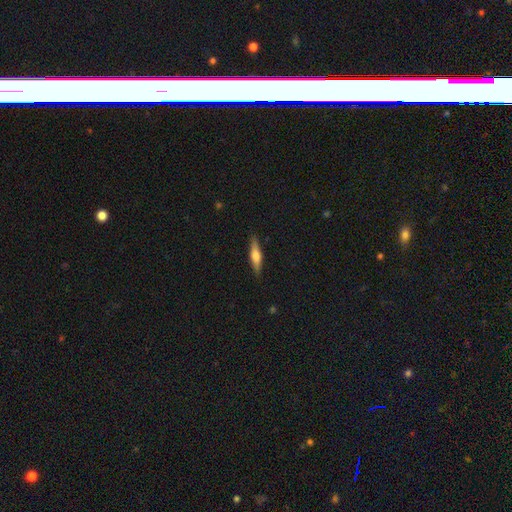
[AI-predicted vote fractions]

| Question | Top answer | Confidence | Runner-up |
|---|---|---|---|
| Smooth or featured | featured or disk | 50% | smooth (44%) |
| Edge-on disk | yes | 95% | no (5%) |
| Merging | none | 89% | minor disturbance (9%) |